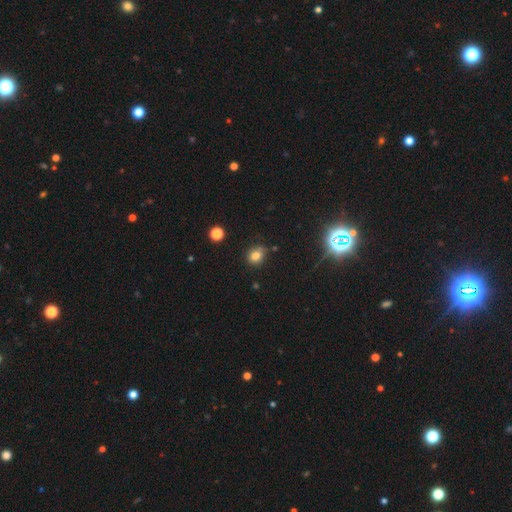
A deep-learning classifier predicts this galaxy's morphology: smooth 78%, star or artifact 15%, featured or disk 7%. Down the decision tree: how rounded — round (66%); merging — none (72%).